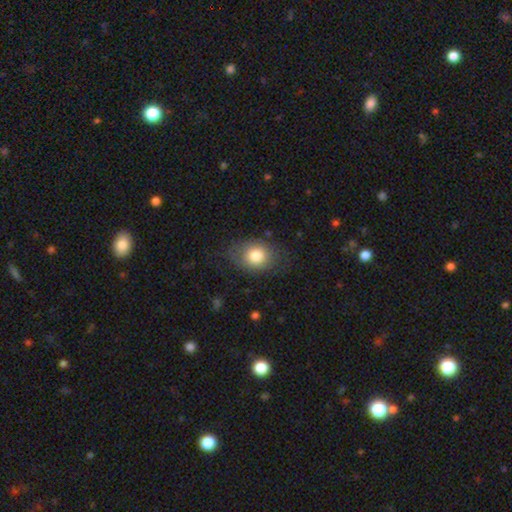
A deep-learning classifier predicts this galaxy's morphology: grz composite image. It shows a smooth galaxy with no disk features (80%) that is in between round and cigar-shaped (57%). Merging: none (70%).